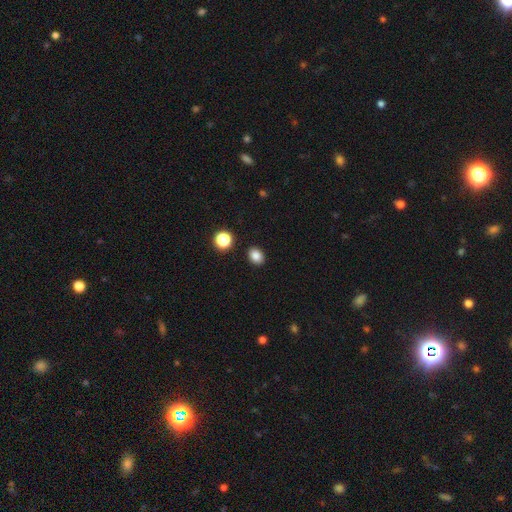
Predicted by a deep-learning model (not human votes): smooth_or_featured: smooth (p=0.84) [alt: star or artifact p=0.11]
how_rounded: in between (p=0.57) [alt: round p=0.42]
merging: none (p=0.89) [alt: minor disturbance p=0.07]